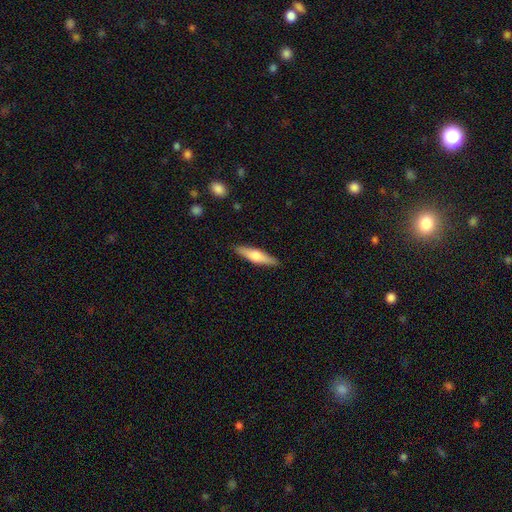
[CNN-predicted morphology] Smooth or featured? smooth (55%)
How rounded? cigar-shaped (76%)
Merging? none (89%)